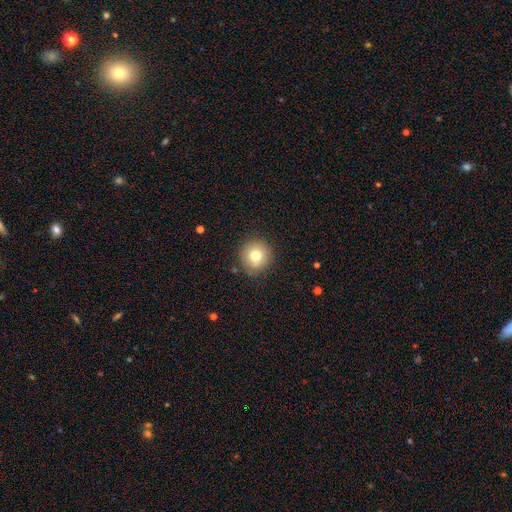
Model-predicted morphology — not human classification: smooth-or-featured: smooth: 76% | featured or disk: 13% | star or artifact: 11%
  how-rounded: round: 92% | in between: 7% | cigar-shaped: 1%
  merging: none: 86% | minor disturbance: 10% | major disturbance: 3% | merger: 2%